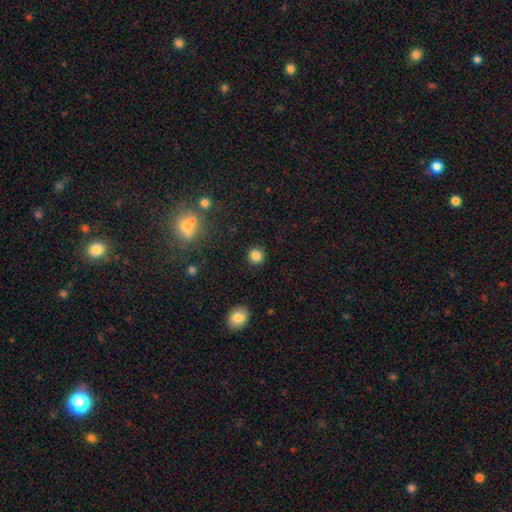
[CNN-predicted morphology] A smooth galaxy with no disk features (85%) that is round (92%).

Vote fractions:
- Smooth or featured? smooth: 85% / star or artifact: 12% / featured or disk: 4%
- How rounded? round: 92% / in between: 7% / cigar-shaped: 1%
- Merging? none: 91% / minor disturbance: 6% / major disturbance: 2% / merger: 1%